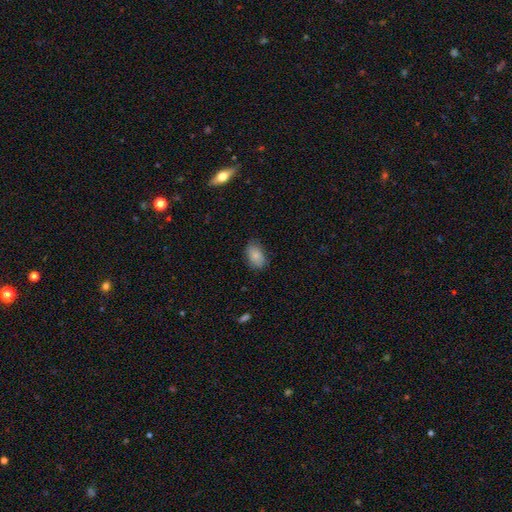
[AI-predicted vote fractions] Smooth or featured: smooth — 84% (featured or disk — 9%)
How rounded: in between — 90% (round — 8%)
Merging: none — 77% (minor disturbance — 18%)